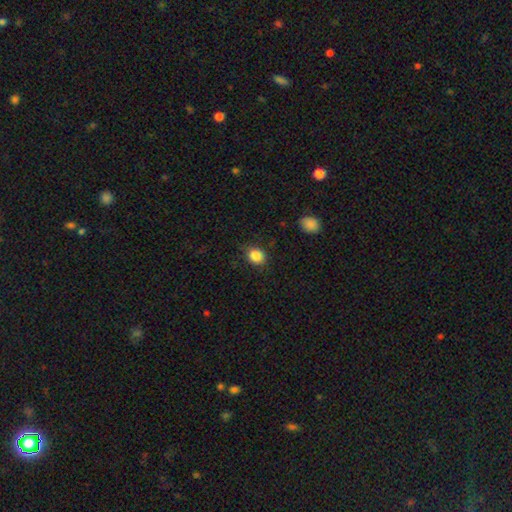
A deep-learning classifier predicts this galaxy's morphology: Smooth or featured?
  - smooth: 86% *
  - star or artifact: 10%
  - featured or disk: 4%
How rounded?
  - round: 58% *
  - in between: 41%
  - cigar-shaped: 1%
Merging?
  - none: 80% *
  - minor disturbance: 15%
  - major disturbance: 4%
  - merger: 1%